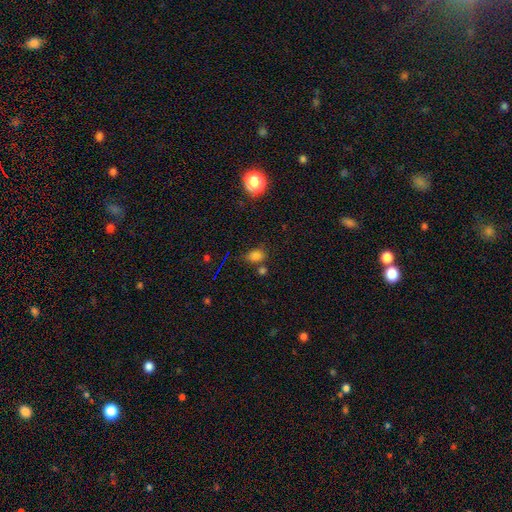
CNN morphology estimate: A smooth galaxy with no disk features (76%) that is in between round and cigar-shaped (70%).

Vote fractions:
- Smooth or featured? smooth: 76% / star or artifact: 18% / featured or disk: 6%
- How rounded? in between: 70% / round: 28% / cigar-shaped: 2%
- Merging? none: 67% / minor disturbance: 16% / merger: 12% / major disturbance: 5%